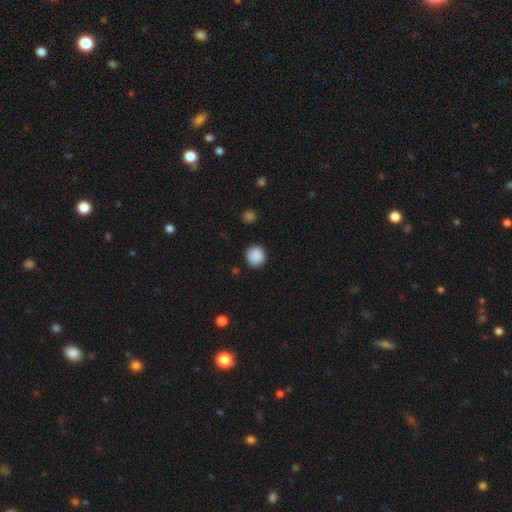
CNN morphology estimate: A smooth galaxy with no disk features (86%) that is round (92%). Merging: none (84%).